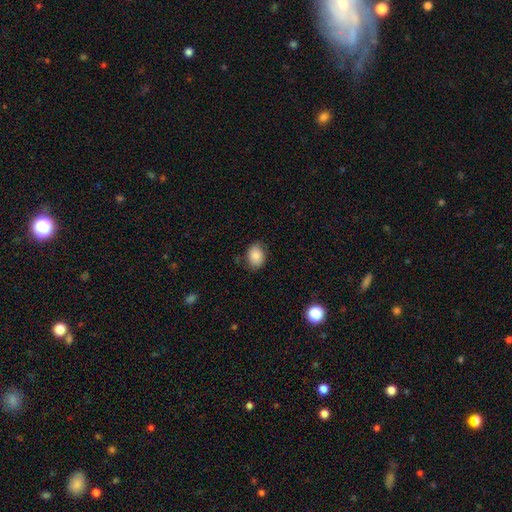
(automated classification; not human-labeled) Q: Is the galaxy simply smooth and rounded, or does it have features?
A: smooth — 86%.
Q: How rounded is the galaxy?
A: in between — 66%.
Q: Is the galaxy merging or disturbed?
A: none — 78%.